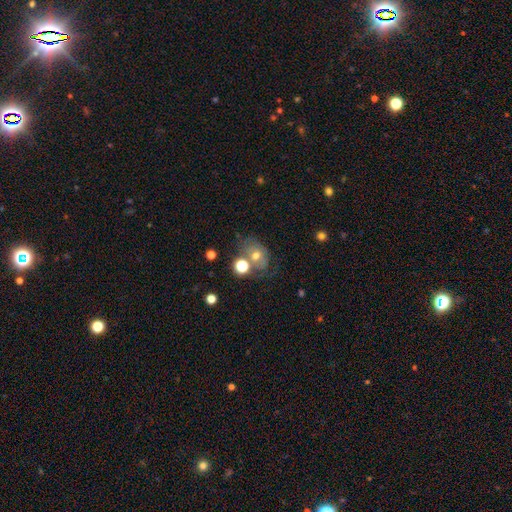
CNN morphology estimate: Smooth or featured? smooth (57%)
How rounded? in between (50%)
Merging? none (44%)